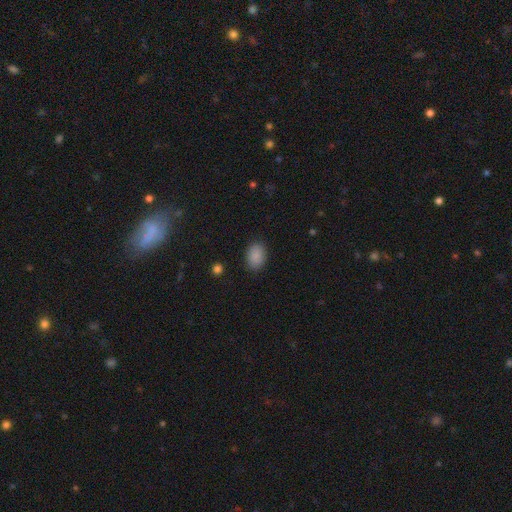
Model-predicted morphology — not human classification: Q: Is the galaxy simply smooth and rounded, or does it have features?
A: smooth — 88%.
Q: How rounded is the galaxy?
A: in between — 80%.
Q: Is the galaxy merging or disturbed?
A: none — 86%.